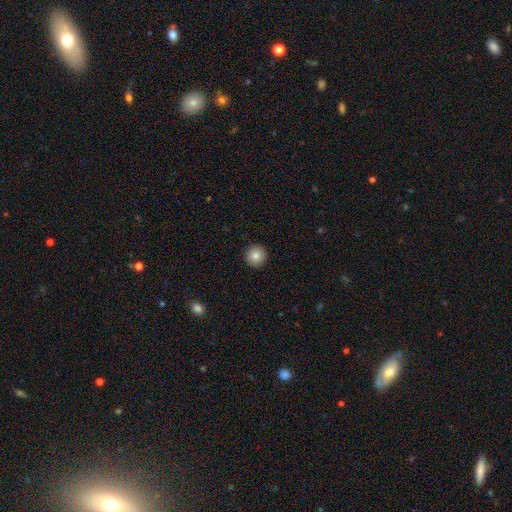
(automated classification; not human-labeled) smooth-or-featured: smooth: 84% | star or artifact: 9% | featured or disk: 7%
  how-rounded: round: 96% | in between: 3% | cigar-shaped: 1%
  merging: none: 93% | minor disturbance: 5% | major disturbance: 2% | merger: 1%